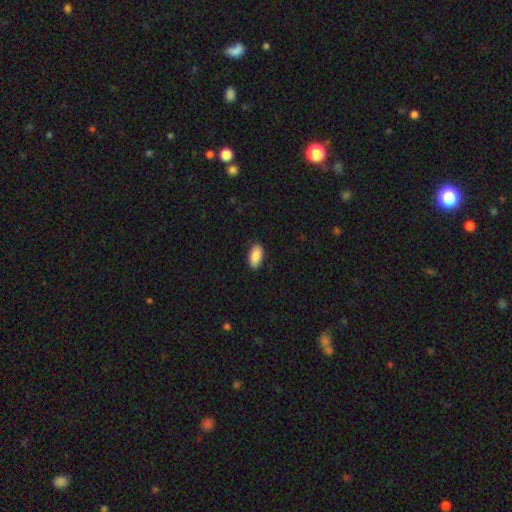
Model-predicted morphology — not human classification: Smooth or featured? Predicted: smooth (p=0.88). How rounded? Predicted: in between (p=0.93). Merging? Predicted: none (p=0.87).